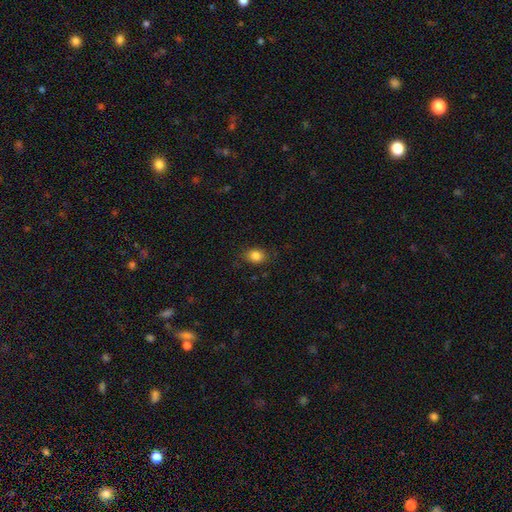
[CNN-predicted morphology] This appears to be a smooth galaxy with no disk features (84%) that is in between round and cigar-shaped (56%). Merging: none (83%).